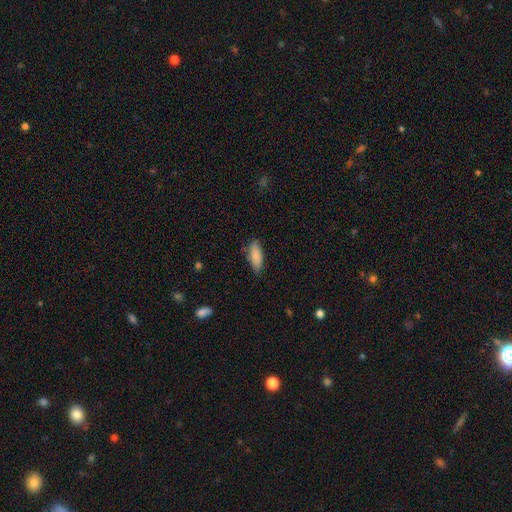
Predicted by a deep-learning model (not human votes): Smooth or featured: smooth — 86% (featured or disk — 8%)
How rounded: in between — 71% (cigar-shaped — 27%)
Merging: none — 77% (minor disturbance — 18%)